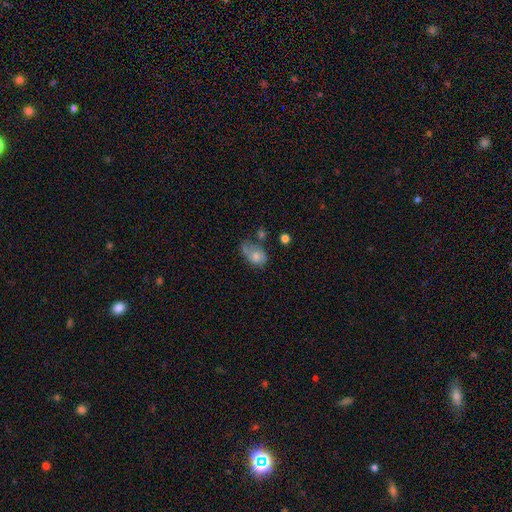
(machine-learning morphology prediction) smooth-or-featured: smooth: 57% | featured or disk: 33% | star or artifact: 10%
  how-rounded: in between: 79% | round: 19% | cigar-shaped: 2%
  merging: none: 32% | minor disturbance: 30% | major disturbance: 26% | merger: 12%